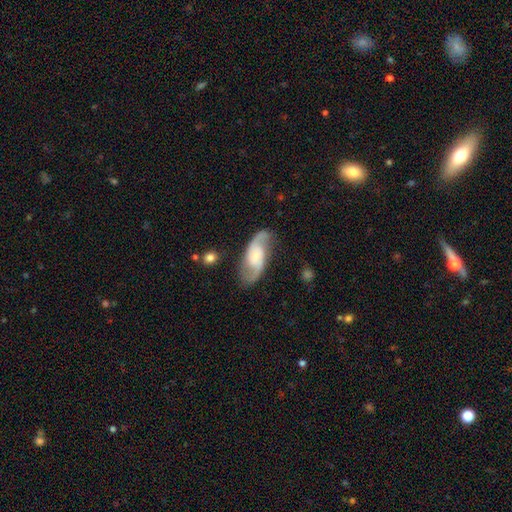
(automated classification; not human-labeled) Smooth or featured? Predicted: featured or disk (p=0.83). Edge-on disk? Predicted: no (p=0.95). Bar? Predicted: no (p=0.48). Spiral arms? Predicted: yes (p=0.96). Spiral winding? Predicted: medium (p=0.49). Spiral arm count? Predicted: 2 (p=0.92). Bulge size? Predicted: small (p=0.51). Merging? Predicted: none (p=0.78).